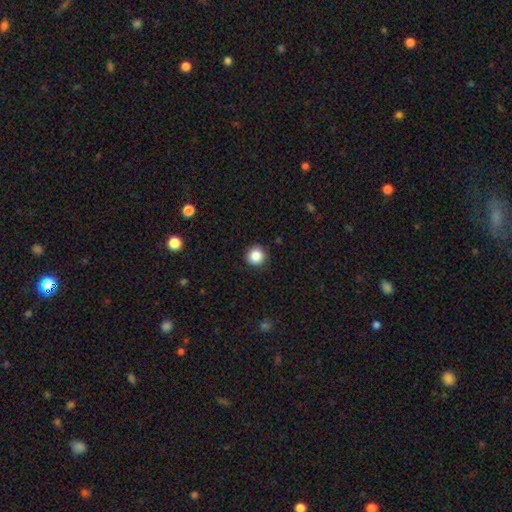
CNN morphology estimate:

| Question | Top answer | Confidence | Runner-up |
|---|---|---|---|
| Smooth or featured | smooth | 86% | star or artifact (10%) |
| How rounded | round | 95% | in between (4%) |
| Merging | none | 91% | minor disturbance (6%) |